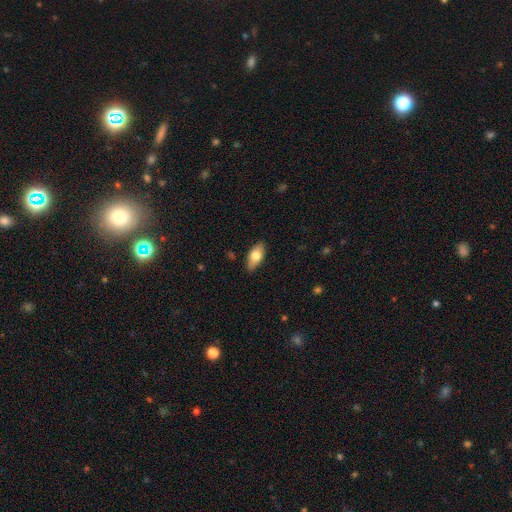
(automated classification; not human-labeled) Smooth or featured? Predicted: smooth (p=0.74). How rounded? Predicted: in between (p=0.88). Merging? Predicted: none (p=0.87).